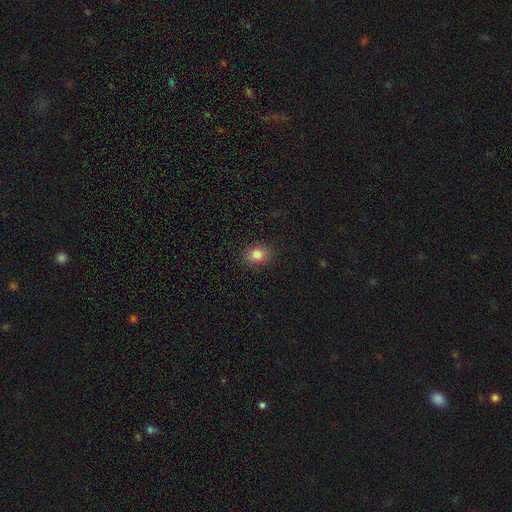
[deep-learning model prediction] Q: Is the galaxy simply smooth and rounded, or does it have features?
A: smooth — 82%.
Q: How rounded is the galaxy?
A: round — 56%.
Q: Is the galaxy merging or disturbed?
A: none — 89%.